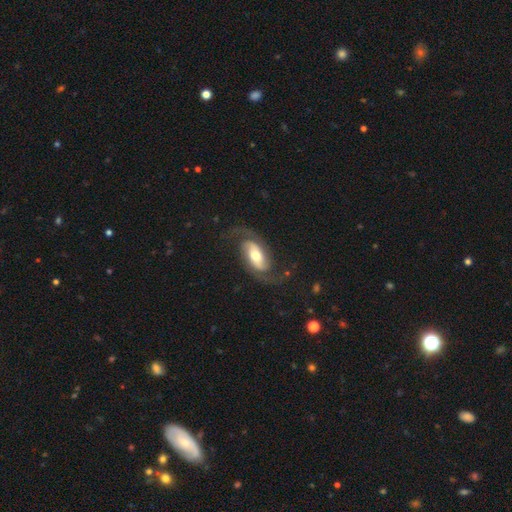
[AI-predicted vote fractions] smooth-or-featured: featured or disk: 79% | smooth: 15% | star or artifact: 5%
  disk-edge-on: no: 95% | yes: 5%
    bar: no: 39% | weak: 32% | strong: 29%
    has-spiral-arms: yes: 94% | no: 6%
      spiral-winding: loose: 43% | medium: 40% | tight: 17%
      spiral-arm-count: 2: 91% | can't tell: 4% | 1: 2% | 3: 1% | 4: 1% | more than 4: 1%
    bulge-size: moderate: 63% | small: 20% | large: 14% | dominant: 2% | none: 1%
  merging: none: 70% | minor disturbance: 14% | major disturbance: 14% | merger: 2%